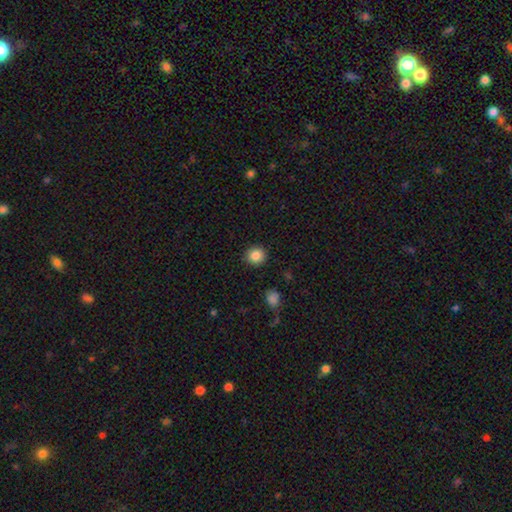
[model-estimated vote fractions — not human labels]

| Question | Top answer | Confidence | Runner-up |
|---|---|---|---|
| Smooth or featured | smooth | 85% | star or artifact (10%) |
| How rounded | round | 89% | in between (10%) |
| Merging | none | 91% | minor disturbance (6%) |